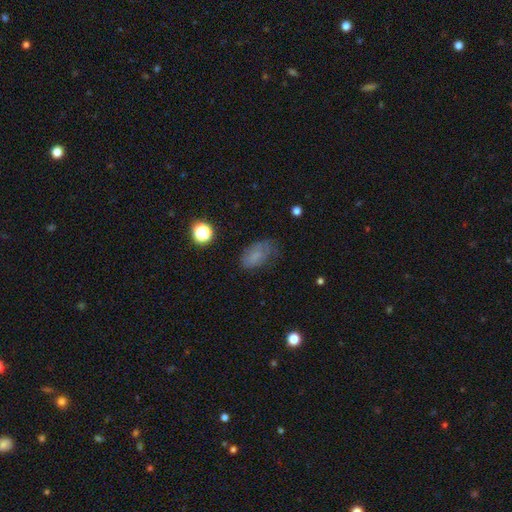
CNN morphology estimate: The model was most divided on "merging": none: 57%, minor disturbance: 29%, major disturbance: 12%, merger: 2%. More confident: how rounded — in between (88%); smooth or featured — smooth (67%).